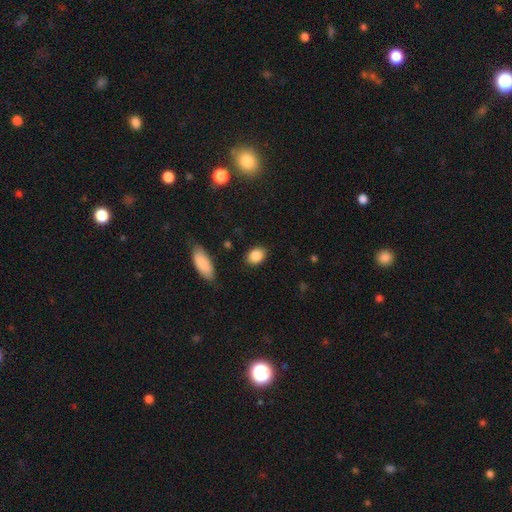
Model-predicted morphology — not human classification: smooth 87%, star or artifact 8%, featured or disk 5%. Down the decision tree: how rounded — in between (74%); merging — none (86%).